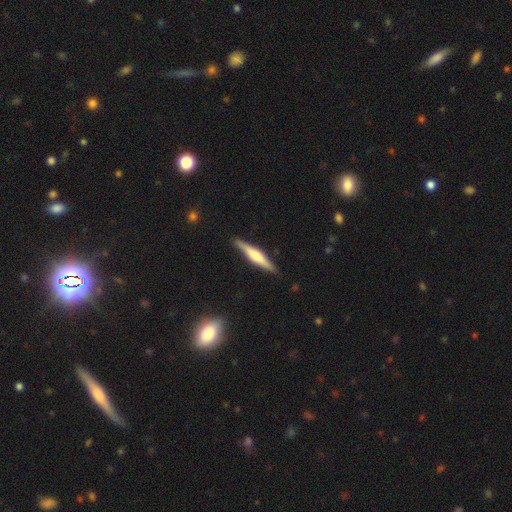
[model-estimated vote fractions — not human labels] This is possibly a featured or disk galaxy (56%). It is clearly viewed edge-on (96%). Edge-on bulge: possibly rounded (59%). Merging: clearly none (88%).